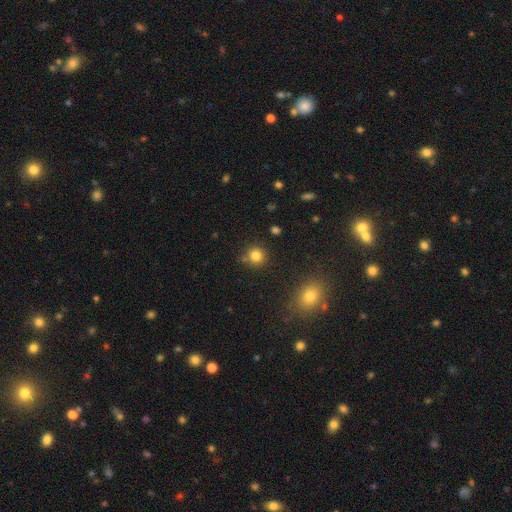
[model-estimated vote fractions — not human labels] This is clearly a smooth galaxy (81%). How rounded: clearly round (91%). Merging: clearly none (81%).